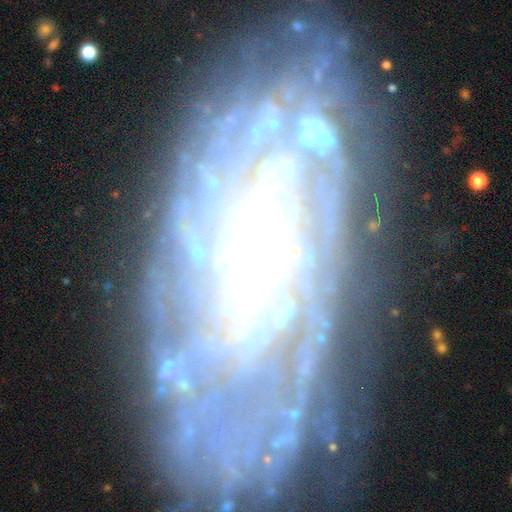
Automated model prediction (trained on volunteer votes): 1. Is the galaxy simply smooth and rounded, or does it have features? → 84% featured or disk, 8% smooth, 8% star or artifact.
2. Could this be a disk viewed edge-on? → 91% no, 9% yes.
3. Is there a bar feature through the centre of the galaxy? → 74% no, 19% weak, 8% strong.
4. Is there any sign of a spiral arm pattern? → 88% yes, 12% no.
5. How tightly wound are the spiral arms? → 72% tight, 21% medium, 7% loose.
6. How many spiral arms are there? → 45% can't tell, 16% more than 4, 12% 2, 10% 3, 10% 4, 7% 1.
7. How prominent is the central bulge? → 49% moderate, 39% small, 7% large, 4% none, 2% dominant.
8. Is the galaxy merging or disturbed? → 68% none, 19% minor disturbance, 10% major disturbance, 3% merger.